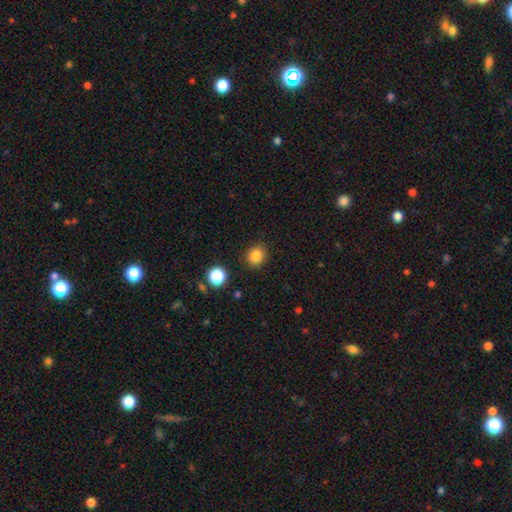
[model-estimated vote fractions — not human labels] A smooth galaxy with no disk features (84%) that is round (79%). Merging: none (89%).